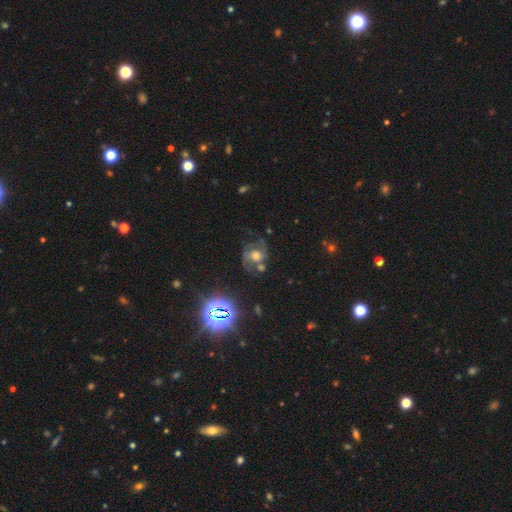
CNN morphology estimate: Q: Smooth or featured?
A: featured or disk (61%); runner-up: smooth (22%)
Q: Edge-on disk?
A: no (97%); runner-up: yes (3%)
Q: Bar?
A: no (72%); runner-up: weak (22%)
Q: Spiral arms?
A: yes (82%); runner-up: no (18%)
Q: Bulge size?
A: moderate (45%); runner-up: large (38%)
Q: Merging?
A: none (52%); runner-up: minor disturbance (20%)